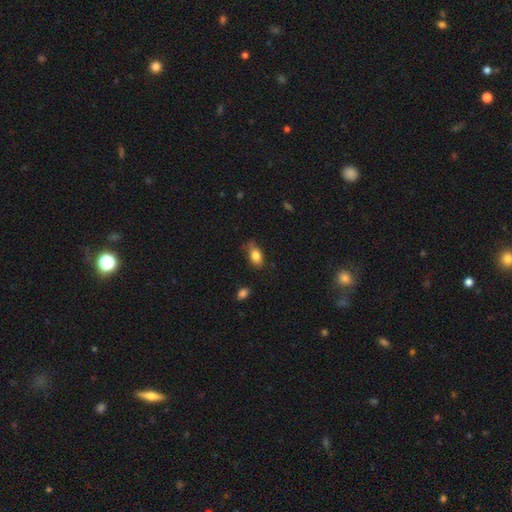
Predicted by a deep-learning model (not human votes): smooth_or_featured: smooth (p=0.83) [alt: featured or disk p=0.09]
how_rounded: in between (p=0.88) [alt: round p=0.08]
merging: none (p=0.60) [alt: minor disturbance p=0.30]